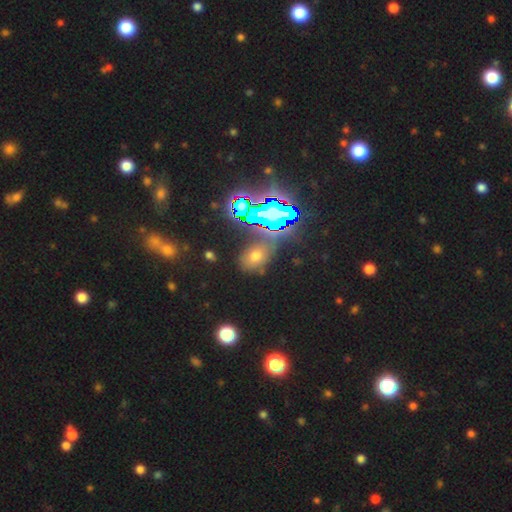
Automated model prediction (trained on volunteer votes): Smooth or featured? Predicted: smooth (p=0.47). Merging? Predicted: none (p=0.75).